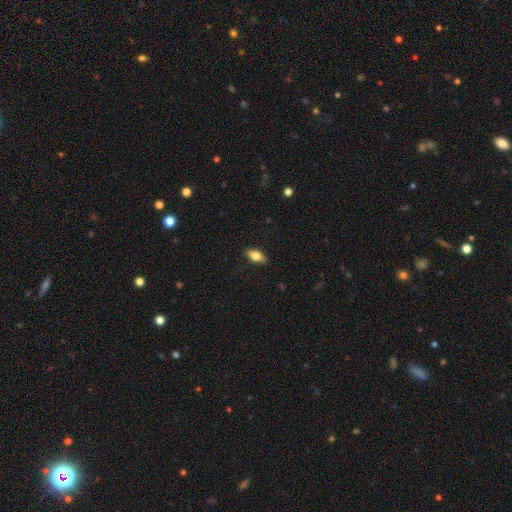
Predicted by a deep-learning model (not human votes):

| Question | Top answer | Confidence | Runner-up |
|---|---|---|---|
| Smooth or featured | smooth | 75% | featured or disk (17%) |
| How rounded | in between | 86% | cigar-shaped (9%) |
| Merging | none | 88% | minor disturbance (9%) |